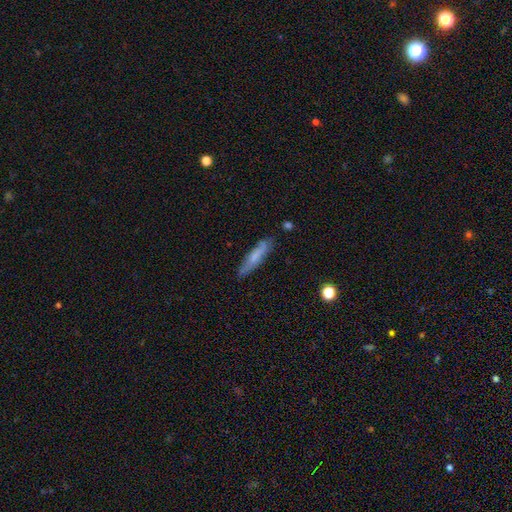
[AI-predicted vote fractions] This appears to be a smooth galaxy with no disk features (63%) that is cigar-shaped (86%). Merging: none (80%).